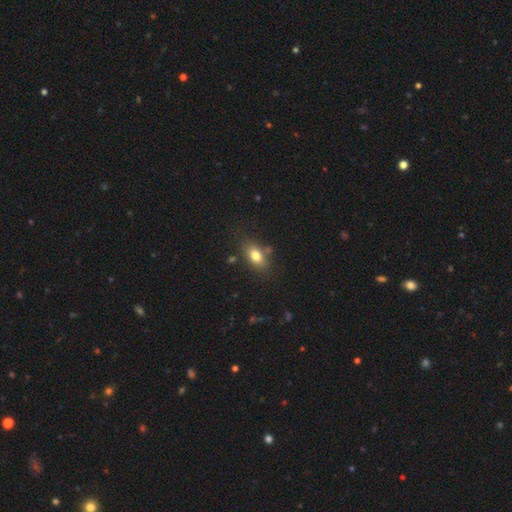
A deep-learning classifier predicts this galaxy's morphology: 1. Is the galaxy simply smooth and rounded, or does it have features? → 77% smooth, 13% featured or disk, 10% star or artifact.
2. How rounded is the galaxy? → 83% in between, 11% round, 6% cigar-shaped.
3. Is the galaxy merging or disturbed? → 76% none, 14% minor disturbance, 6% merger, 4% major disturbance.